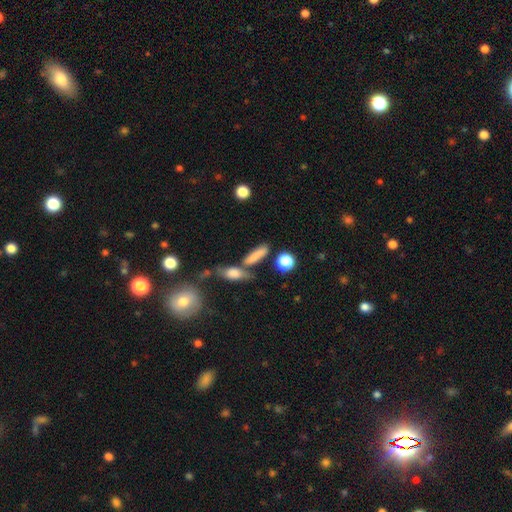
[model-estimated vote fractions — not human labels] smooth_or_featured: smooth (p=0.78) [alt: featured or disk p=0.13]
how_rounded: cigar-shaped (p=0.56) [alt: in between p=0.37]
merging: none (p=0.55) [alt: merger p=0.26]